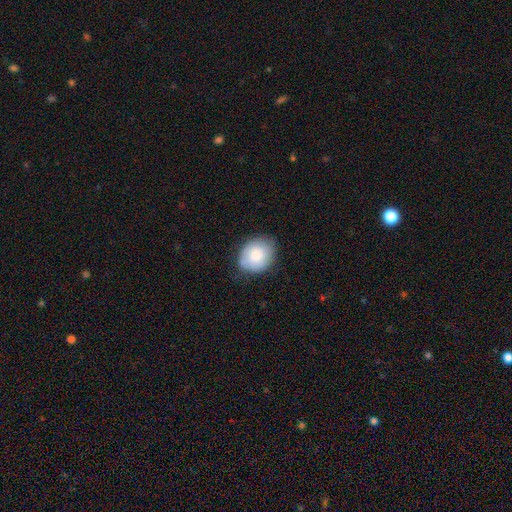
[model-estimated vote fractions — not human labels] Morphology: type=smooth (78%); roundness=round (55%); merging=none (70%).